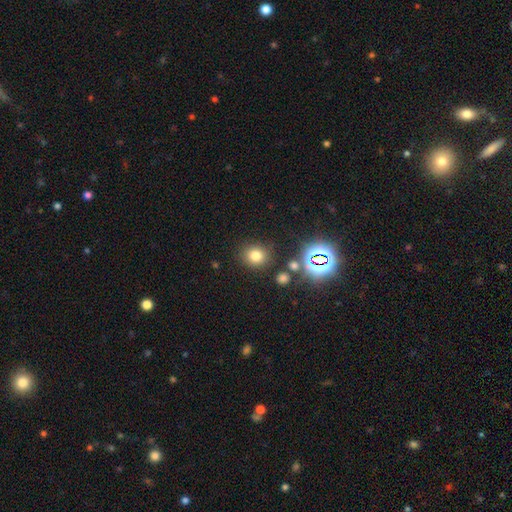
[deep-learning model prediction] smooth 72%, star or artifact 20%, featured or disk 7%. Down the decision tree: how rounded — round (81%); merging — none (82%).